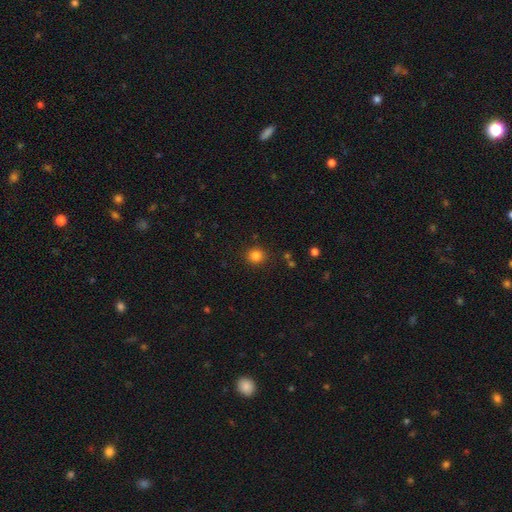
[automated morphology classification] A smooth galaxy with no disk features (83%) that is round (90%).

Vote fractions:
- Smooth or featured? smooth: 83% / star or artifact: 12% / featured or disk: 4%
- How rounded? round: 90% / in between: 9% / cigar-shaped: 1%
- Merging? none: 89% / minor disturbance: 7% / major disturbance: 2% / merger: 2%